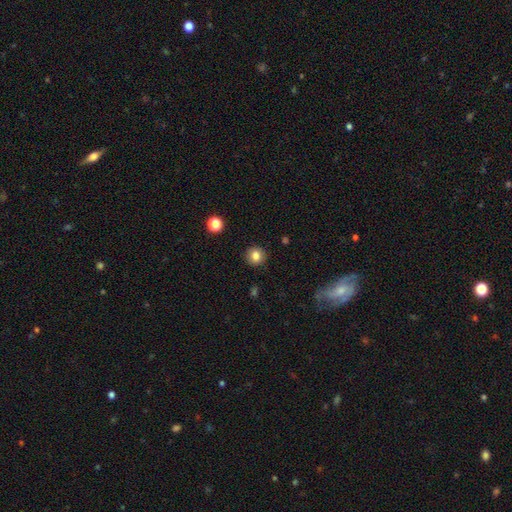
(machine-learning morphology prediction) Overall: smooth (82%). How rounded: round (87%). Merging: none (90%).